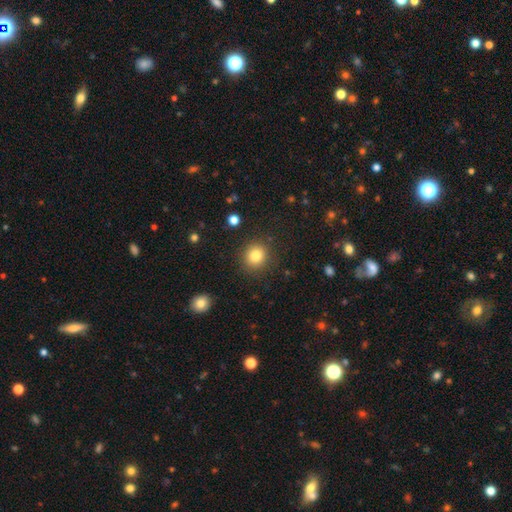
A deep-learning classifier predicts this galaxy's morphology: Overall: smooth (83%). How rounded: round (87%). Merging: none (89%).